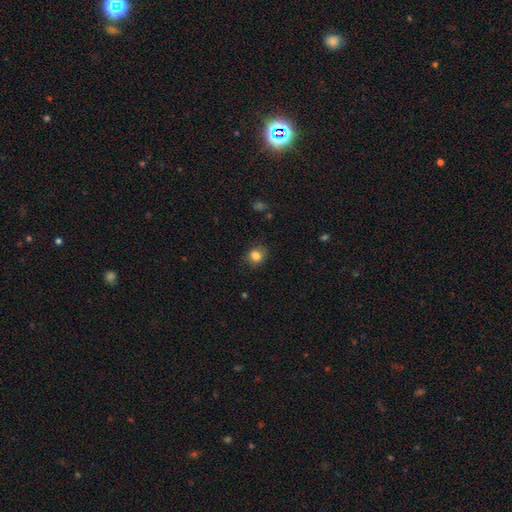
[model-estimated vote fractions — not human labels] Overall: smooth (84%). How rounded: round (76%). Merging: none (82%).